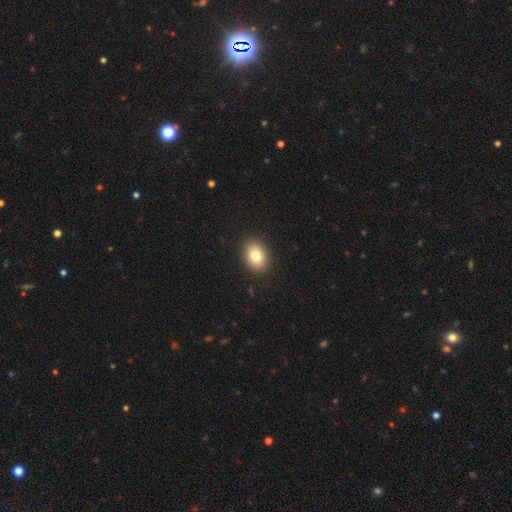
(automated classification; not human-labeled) Morphology: type=smooth (80%); roundness=in between (64%); merging=none (90%).